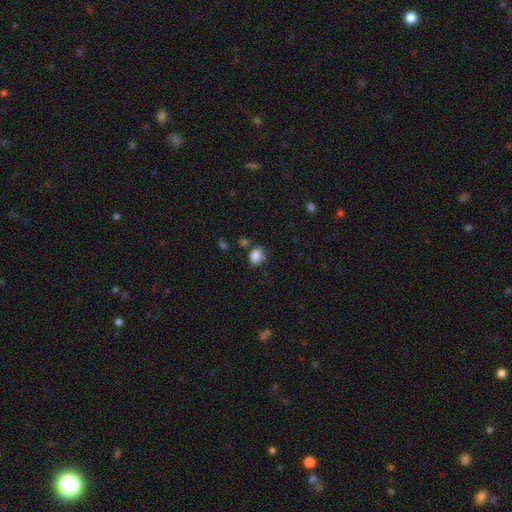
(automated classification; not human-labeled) Smooth or featured? Predicted: smooth (p=0.85). How rounded? Predicted: in between (p=0.56). Merging? Predicted: none (p=0.65).